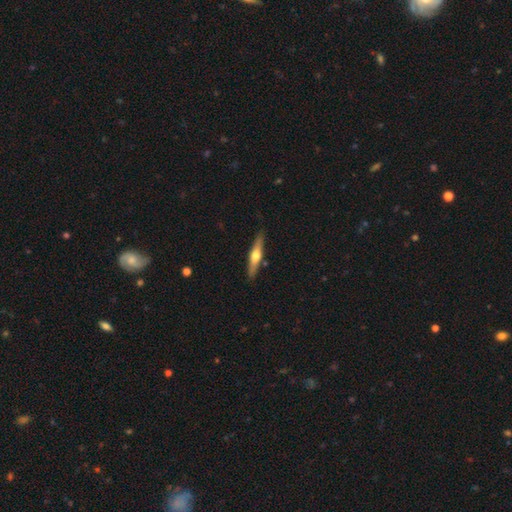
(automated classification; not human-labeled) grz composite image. It shows a featured or disk galaxy (56%) viewed edge-on (94%) with a rounded central bulge (92%). Merging: none (87%).